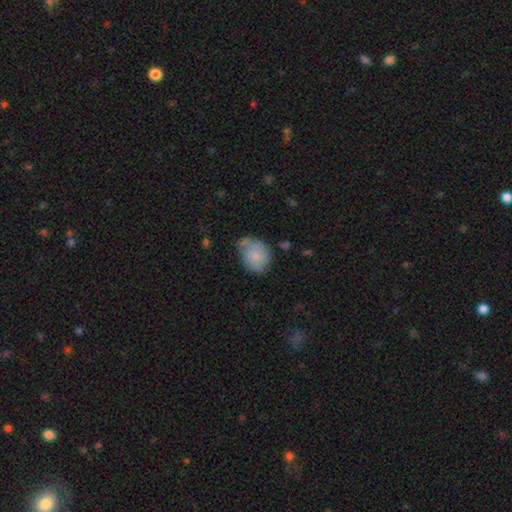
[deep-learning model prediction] Smooth or featured? Predicted: smooth (p=0.73). How rounded? Predicted: round (p=0.50). Merging? Predicted: none (p=0.44).